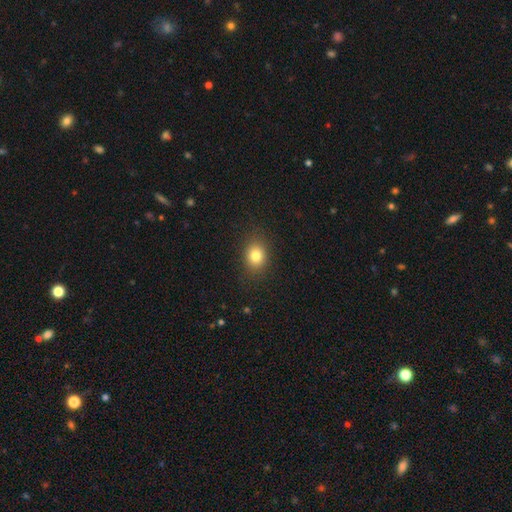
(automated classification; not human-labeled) smooth-or-featured: smooth: 80% | star or artifact: 12% | featured or disk: 8%
  how-rounded: round: 54% | in between: 45% | cigar-shaped: 1%
  merging: none: 86% | minor disturbance: 9% | major disturbance: 3% | merger: 1%